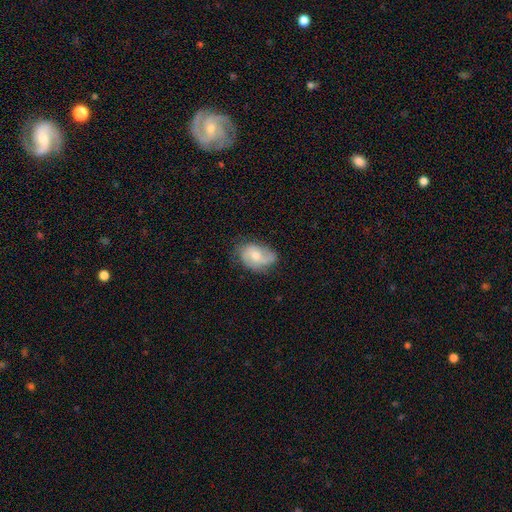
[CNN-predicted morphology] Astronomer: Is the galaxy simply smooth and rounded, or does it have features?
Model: featured or disk — 47% (runner-up: smooth, 46%).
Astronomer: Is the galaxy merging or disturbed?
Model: none — 59%.